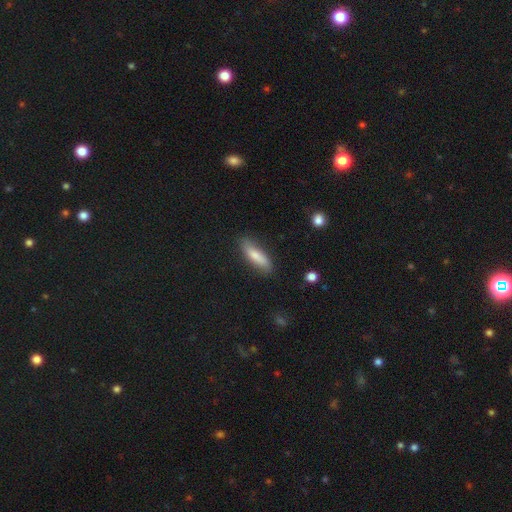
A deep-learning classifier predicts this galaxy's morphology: smooth 69%, featured or disk 23%, star or artifact 8%. Down the decision tree: how rounded — cigar-shaped (56%); merging — none (83%).